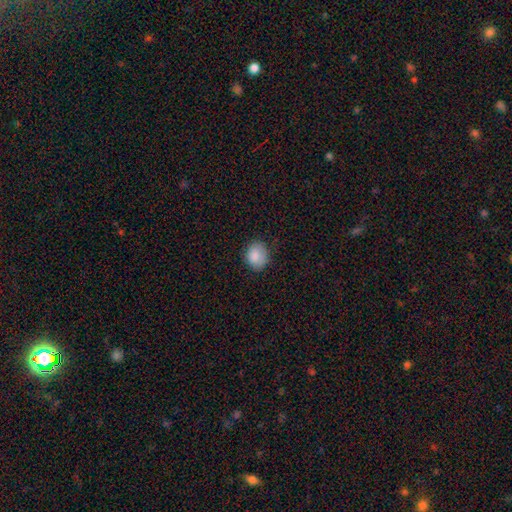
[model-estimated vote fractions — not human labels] Smooth or featured? smooth (87%)
How rounded? round (61%)
Merging? none (80%)